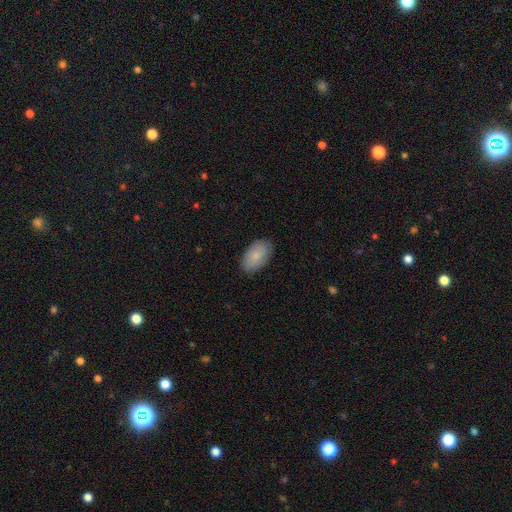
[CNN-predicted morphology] smooth-or-featured: smooth: 85% | featured or disk: 8% | star or artifact: 6%
  how-rounded: in between: 95% | round: 4% | cigar-shaped: 1%
  merging: none: 86% | minor disturbance: 10% | major disturbance: 2% | merger: 1%